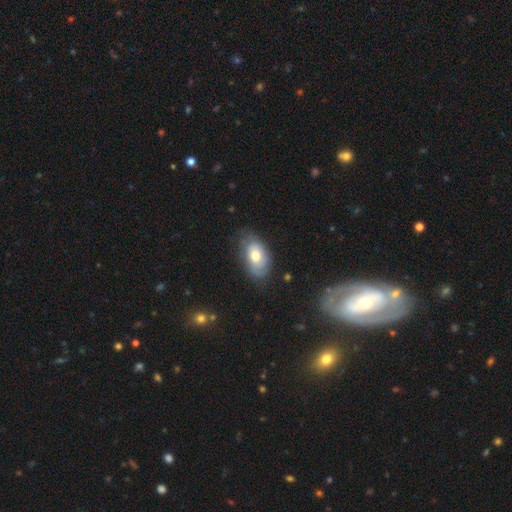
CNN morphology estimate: Overall: smooth (63%; featured or disk 29%). How rounded: in between (90%). Merging: none (70%).